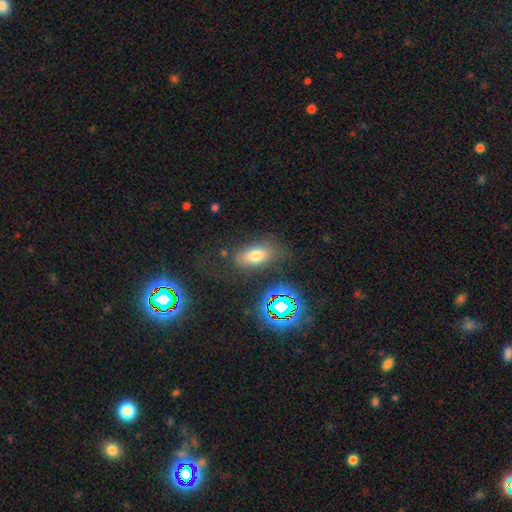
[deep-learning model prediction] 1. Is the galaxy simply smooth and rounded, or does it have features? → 69% smooth, 17% star or artifact, 15% featured or disk.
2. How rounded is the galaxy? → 85% in between, 8% round, 6% cigar-shaped.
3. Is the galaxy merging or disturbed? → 71% none, 16% minor disturbance, 9% major disturbance, 4% merger.